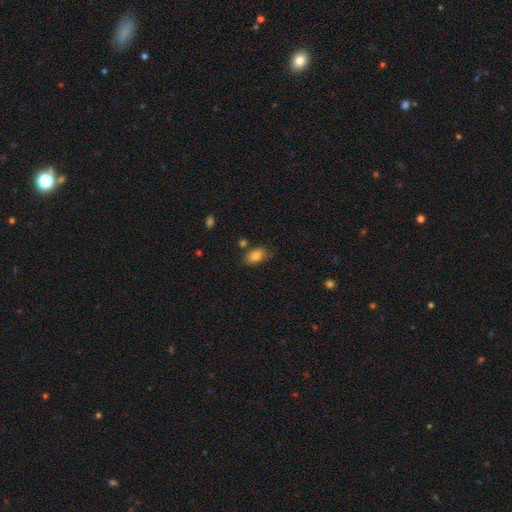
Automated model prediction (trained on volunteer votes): Smooth or featured? Predicted: smooth (p=0.82). How rounded? Predicted: in between (p=0.90). Merging? Predicted: none (p=0.74).